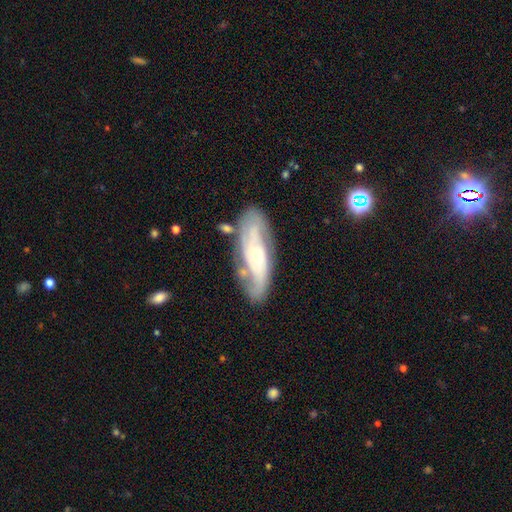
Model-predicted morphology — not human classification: smooth_or_featured: featured or disk (p=0.76) [alt: smooth p=0.19]
disk_edge_on: no (p=0.87) [alt: yes p=0.13]
bar: no (p=0.70) [alt: weak p=0.22]
has_spiral_arms: yes (p=0.86) [alt: no p=0.14]
spiral_winding: tight (p=0.43) [alt: medium p=0.38]
spiral_arm_count: 2 (p=0.64) [alt: can't tell p=0.24]
bulge_size: small (p=0.62) [alt: moderate p=0.34]
merging: none (p=0.72) [alt: minor disturbance p=0.17]